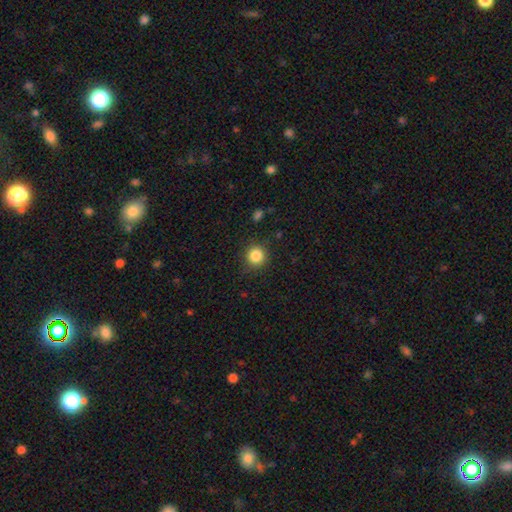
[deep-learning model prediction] A smooth galaxy with no disk features (85%) that is round (93%).

Vote fractions:
- Smooth or featured? smooth: 85% / star or artifact: 11% / featured or disk: 4%
- How rounded? round: 93% / in between: 6% / cigar-shaped: 1%
- Merging? none: 88% / minor disturbance: 8% / major disturbance: 3% / merger: 1%